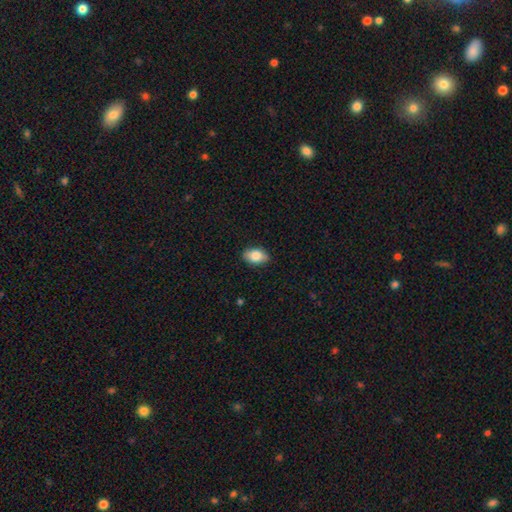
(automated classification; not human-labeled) A smooth galaxy with no disk features (83%) that is in between round and cigar-shaped (89%). Merging: none (87%).